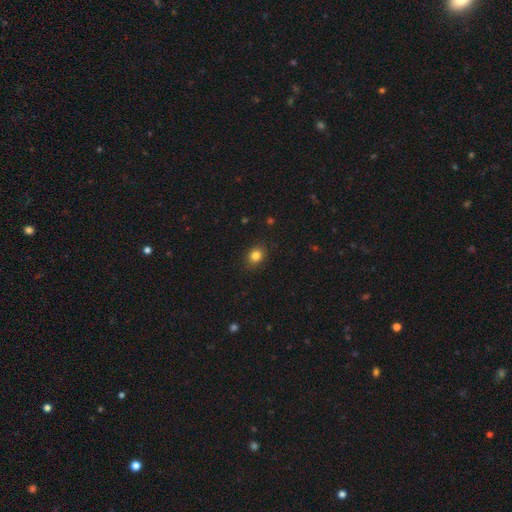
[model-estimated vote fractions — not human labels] A smooth galaxy with no disk features (83%) that is round (59%). Merging: none (88%).